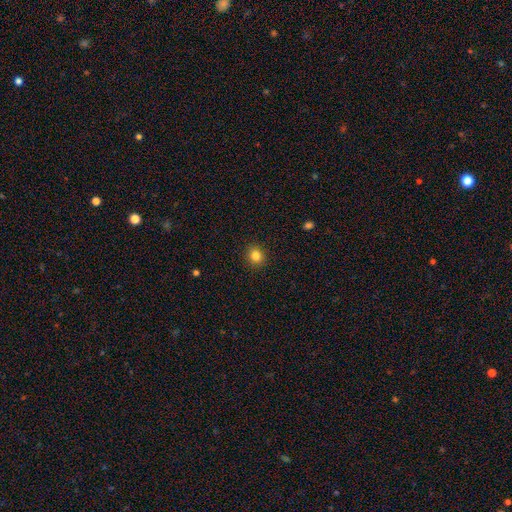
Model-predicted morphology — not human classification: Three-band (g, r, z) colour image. It shows a smooth galaxy with no disk features (83%) that is round (84%). Merging: none (91%).